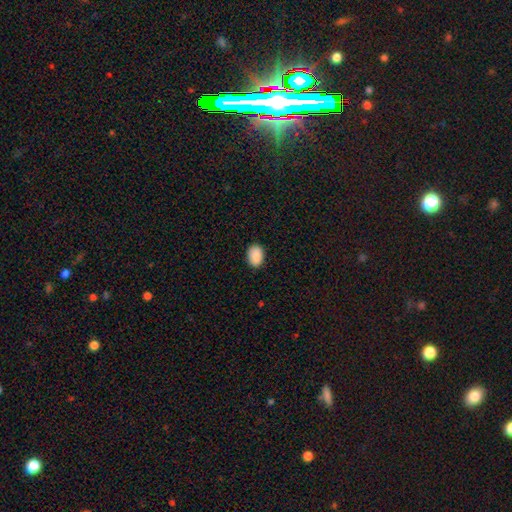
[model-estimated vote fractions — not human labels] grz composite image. It shows a smooth galaxy with no disk features (90%) that is in between round and cigar-shaped (82%). Merging: none (88%).